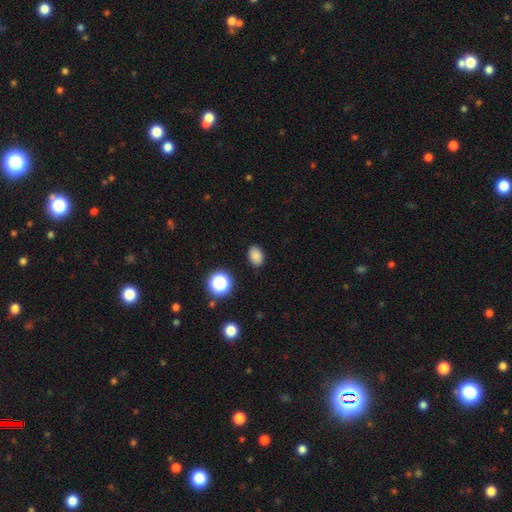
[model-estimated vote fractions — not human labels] A smooth galaxy with no disk features (83%) that is in between round and cigar-shaped (80%). Merging: none (87%).